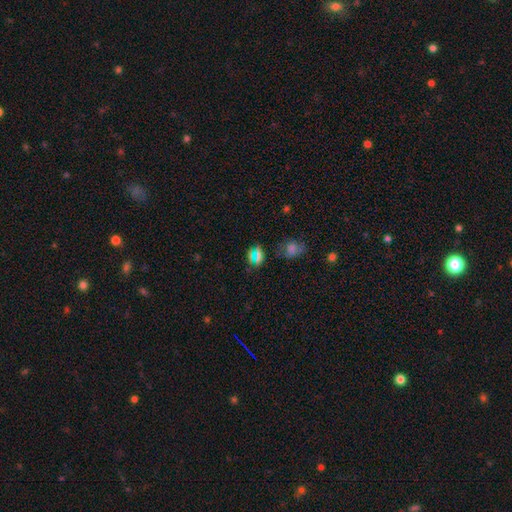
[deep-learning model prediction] A smooth galaxy with no disk features (49%).

Vote fractions:
- Smooth or featured? smooth: 49% / star or artifact: 41% / featured or disk: 10%
- Merging? none: 71% / minor disturbance: 15% / major disturbance: 8% / merger: 6%